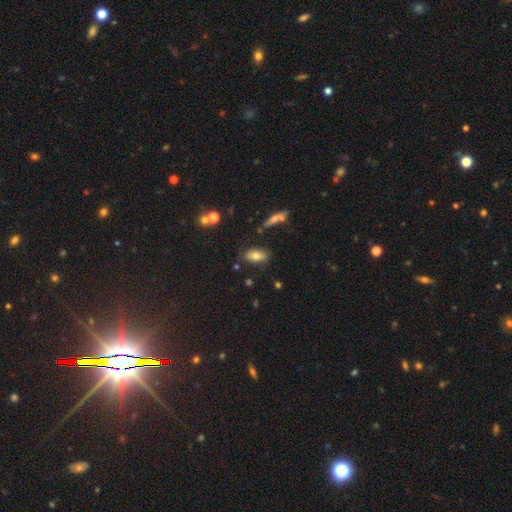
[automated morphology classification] smooth-or-featured: smooth: 75% | featured or disk: 16% | star or artifact: 9%
  how-rounded: in between: 89% | round: 6% | cigar-shaped: 5%
  merging: none: 77% | minor disturbance: 15% | merger: 4% | major disturbance: 4%